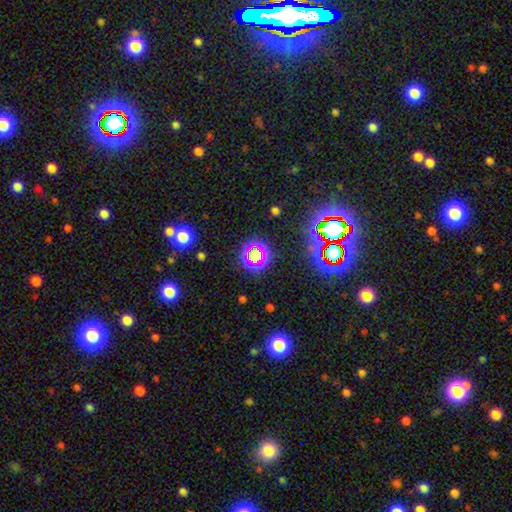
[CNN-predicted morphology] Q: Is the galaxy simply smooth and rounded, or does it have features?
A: star or artifact — 58%.